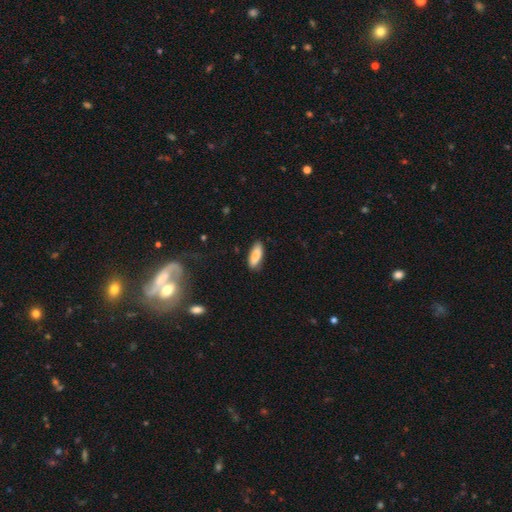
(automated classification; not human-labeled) Smooth or featured?
  - smooth: 87% *
  - featured or disk: 7%
  - star or artifact: 6%
How rounded?
  - in between: 65% *
  - cigar-shaped: 34%
  - round: 2%
Merging?
  - none: 85% *
  - minor disturbance: 12%
  - major disturbance: 2%
  - merger: 1%